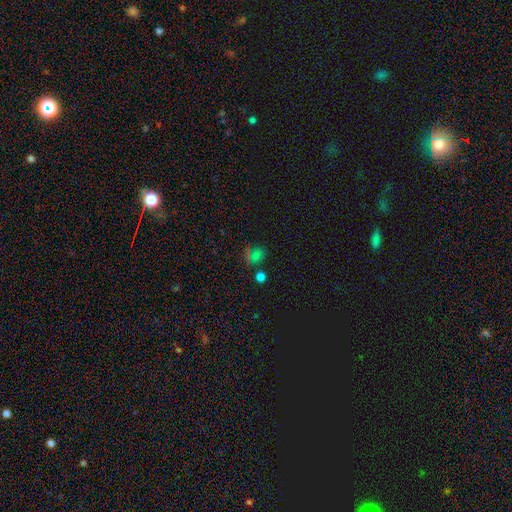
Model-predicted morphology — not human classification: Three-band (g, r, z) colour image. It shows a smooth galaxy with no disk features (52%) that is round (71%). Merging: none (55%).